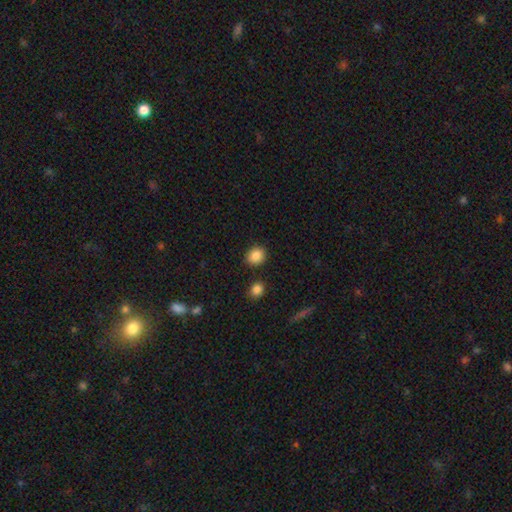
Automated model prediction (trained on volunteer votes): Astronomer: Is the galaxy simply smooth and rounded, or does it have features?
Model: smooth — 87%.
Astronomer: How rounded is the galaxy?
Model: round — 69%.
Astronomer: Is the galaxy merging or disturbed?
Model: none — 84%.